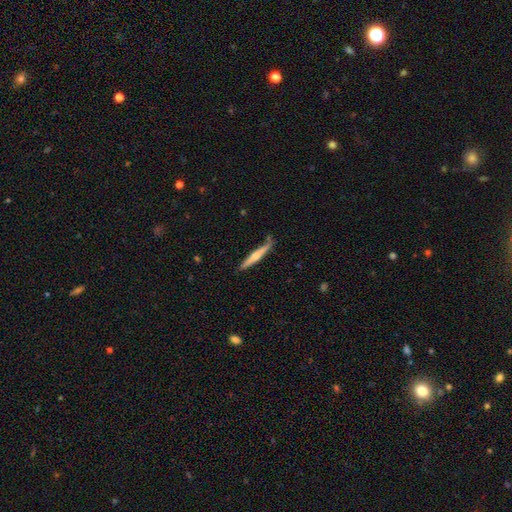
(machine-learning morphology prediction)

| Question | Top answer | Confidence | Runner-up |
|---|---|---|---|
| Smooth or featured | featured or disk | 53% | smooth (42%) |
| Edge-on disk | yes | 97% | no (3%) |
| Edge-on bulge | rounded | 74% | none (18%) |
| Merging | none | 79% | minor disturbance (16%) |